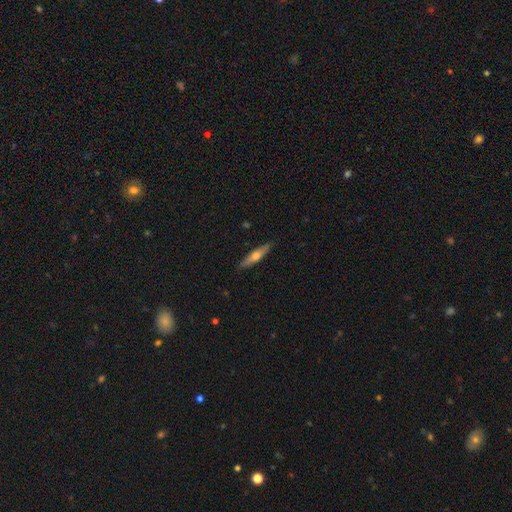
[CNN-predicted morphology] This is possibly a featured or disk galaxy (50%). Merging: clearly none (89%).